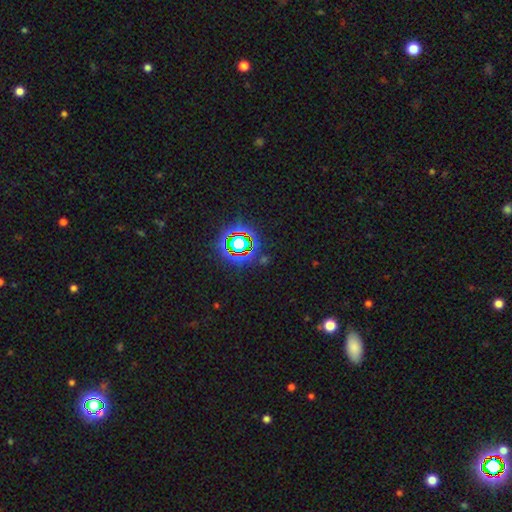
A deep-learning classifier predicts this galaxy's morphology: A star or artifact, not a galaxy (72%).

Vote fractions:
- Smooth or featured? star or artifact: 72% / smooth: 18% / featured or disk: 11%